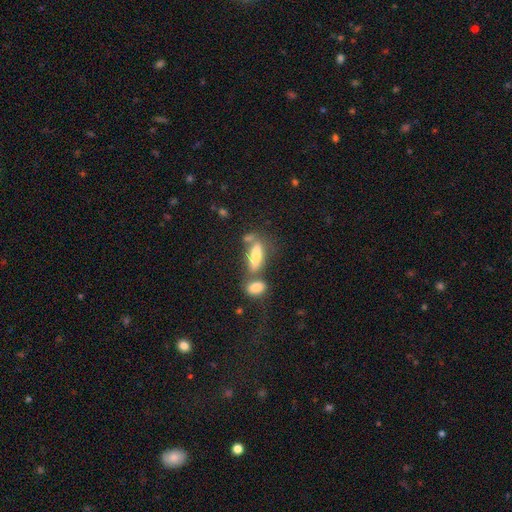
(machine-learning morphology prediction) This is likely a smooth galaxy (65%). How rounded: possibly in between (54%). Merging: marginally none (41%).